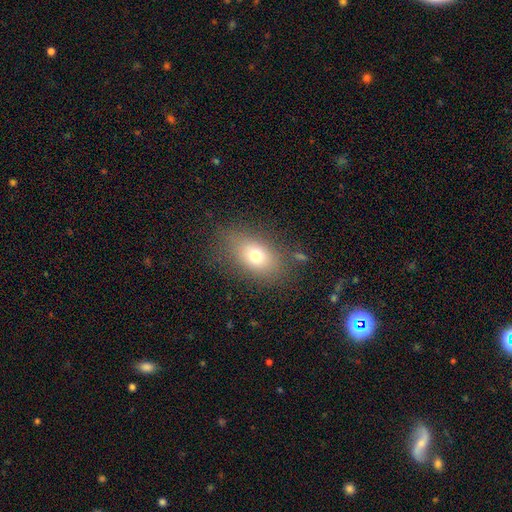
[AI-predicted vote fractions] Morphology: type=smooth (72%); roundness=in between (78%); merging=none (76%).